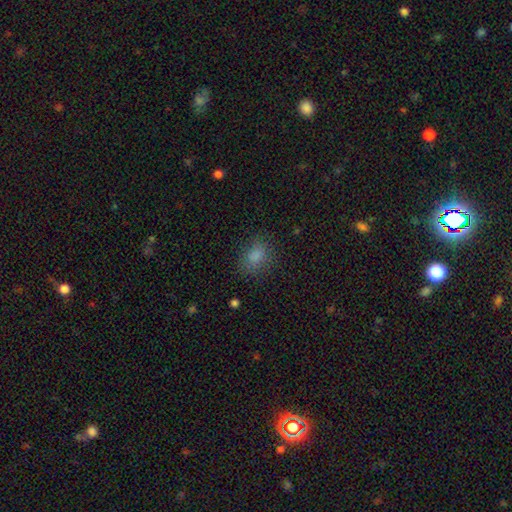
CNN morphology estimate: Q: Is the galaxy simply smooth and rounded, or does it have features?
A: smooth — 79%.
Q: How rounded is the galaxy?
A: in between — 64%.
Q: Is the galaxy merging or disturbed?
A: none — 80%.